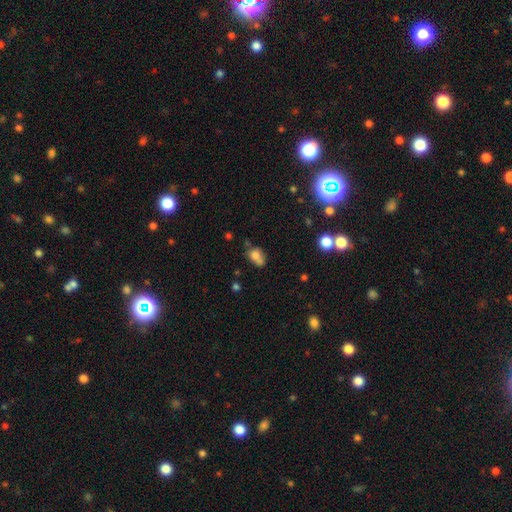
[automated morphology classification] Overall: smooth (73%). How rounded: in between (61%; round 37%). Merging: none (39%; merger 30%).